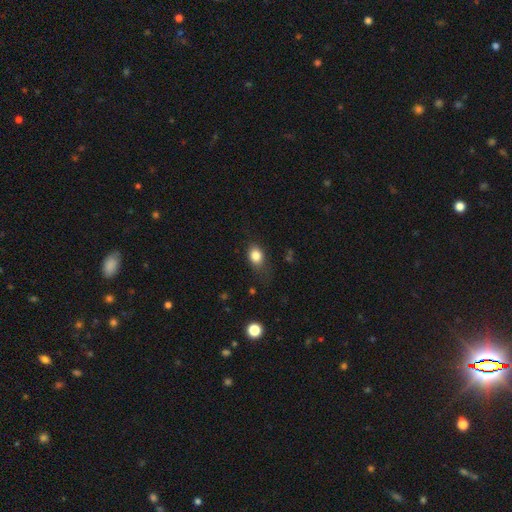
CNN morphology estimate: smooth_or_featured: smooth (p=0.83) [alt: star or artifact p=0.10]
how_rounded: in between (p=0.62) [alt: round p=0.37]
merging: none (p=0.67) [alt: minor disturbance p=0.23]